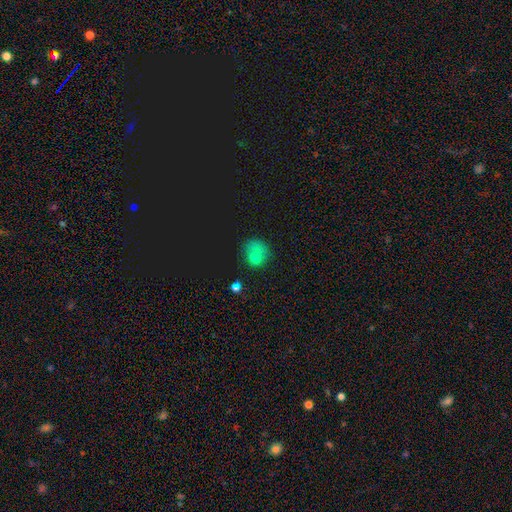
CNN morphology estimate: Q: Smooth or featured?
A: smooth (68%); runner-up: star or artifact (22%)
Q: How rounded?
A: round (67%); runner-up: in between (31%)
Q: Merging?
A: none (50%); runner-up: minor disturbance (22%)